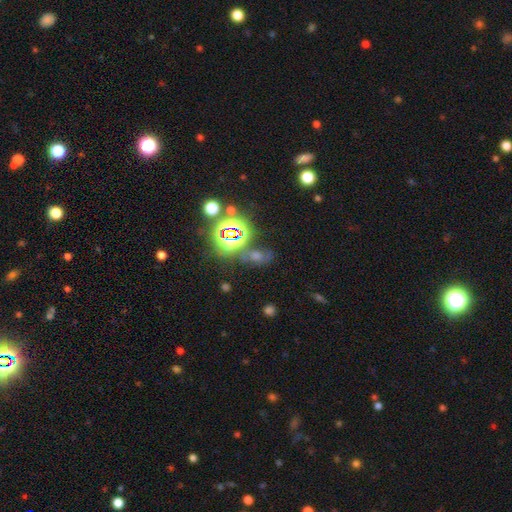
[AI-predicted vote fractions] Overall: star or artifact (59%; smooth 28%).